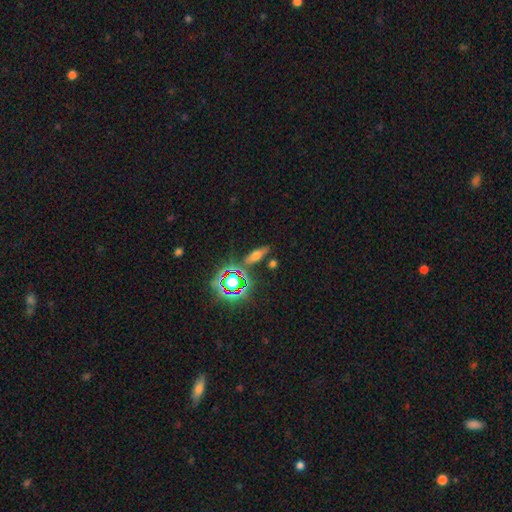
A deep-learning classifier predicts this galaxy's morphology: A smooth galaxy with no disk features (49%).

Vote fractions:
- Smooth or featured? smooth: 49% / star or artifact: 27% / featured or disk: 24%
- Merging? none: 78% / minor disturbance: 12% / merger: 6% / major disturbance: 4%